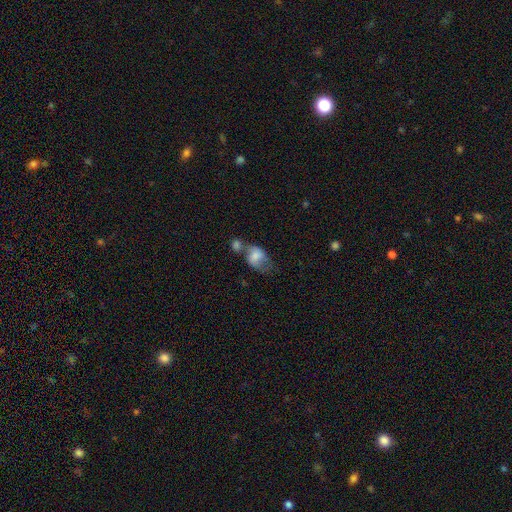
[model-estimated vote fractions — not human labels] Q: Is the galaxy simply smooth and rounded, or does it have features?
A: smooth — 70%.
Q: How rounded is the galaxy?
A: in between — 74%.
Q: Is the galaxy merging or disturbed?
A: merger — 51%.